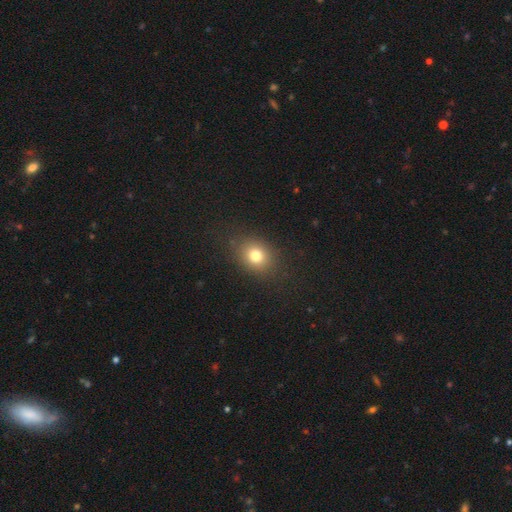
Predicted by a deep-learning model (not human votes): Smooth or featured: smooth — 78% (star or artifact — 13%)
How rounded: round — 56% (in between — 43%)
Merging: none — 86% (minor disturbance — 9%)